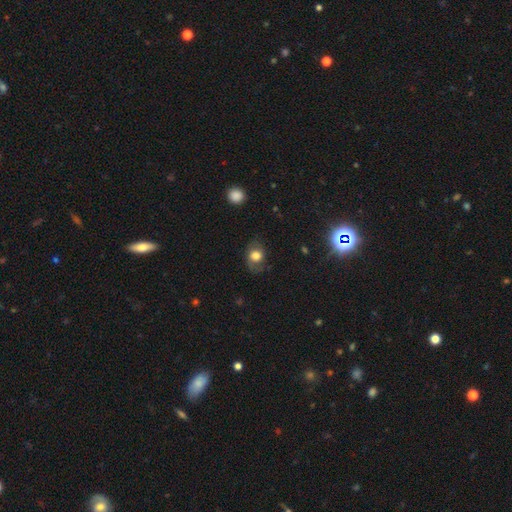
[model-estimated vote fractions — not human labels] Smooth or featured?
  - smooth: 66% *
  - featured or disk: 24%
  - star or artifact: 10%
How rounded?
  - round: 52% *
  - in between: 46%
  - cigar-shaped: 1%
Merging?
  - none: 63% *
  - minor disturbance: 22%
  - major disturbance: 14%
  - merger: 1%